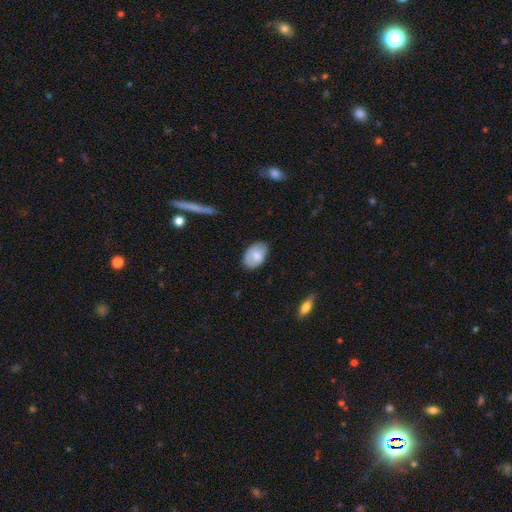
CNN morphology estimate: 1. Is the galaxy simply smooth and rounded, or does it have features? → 78% smooth, 15% featured or disk, 7% star or artifact.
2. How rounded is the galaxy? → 90% in between, 9% round, 1% cigar-shaped.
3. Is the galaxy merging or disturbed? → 76% none, 20% minor disturbance, 3% major disturbance, 1% merger.